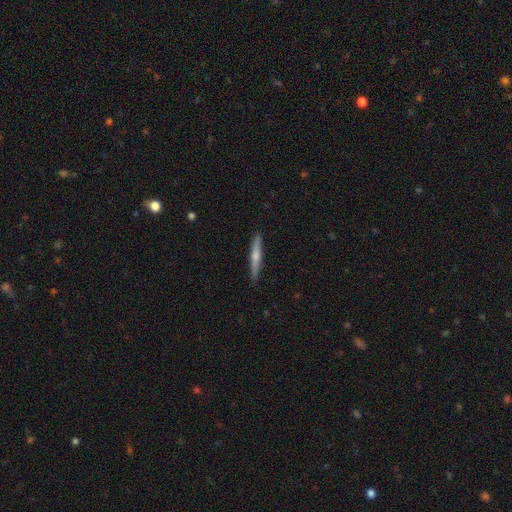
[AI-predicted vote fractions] Smooth or featured? smooth (50%)
How rounded? cigar-shaped (94%)
Merging? none (88%)